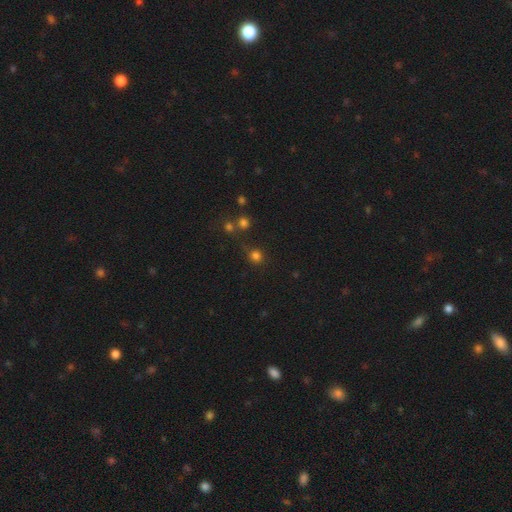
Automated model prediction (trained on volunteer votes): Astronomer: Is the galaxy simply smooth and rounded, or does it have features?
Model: smooth — 76%.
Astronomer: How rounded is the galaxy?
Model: round — 91%.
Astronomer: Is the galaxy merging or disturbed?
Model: none — 74%.